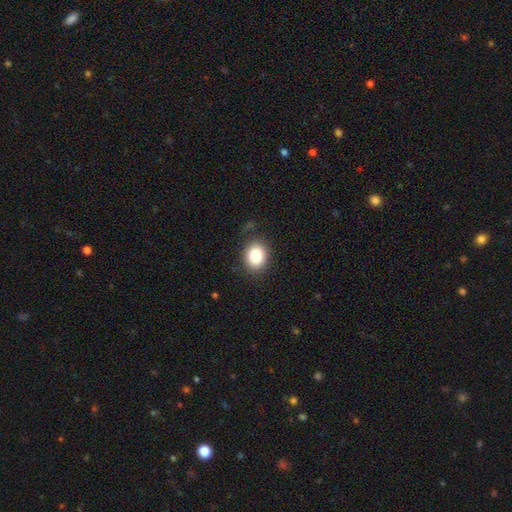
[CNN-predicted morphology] Q: Smooth or featured?
A: smooth (85%); runner-up: star or artifact (9%)
Q: How rounded?
A: round (55%); runner-up: in between (44%)
Q: Merging?
A: none (84%); runner-up: minor disturbance (11%)